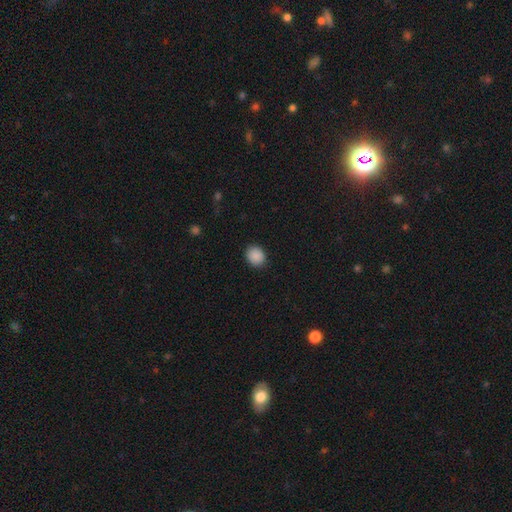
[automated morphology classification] Smooth or featured? Predicted: smooth (p=0.89). How rounded? Predicted: round (p=0.66). Merging? Predicted: none (p=0.89).